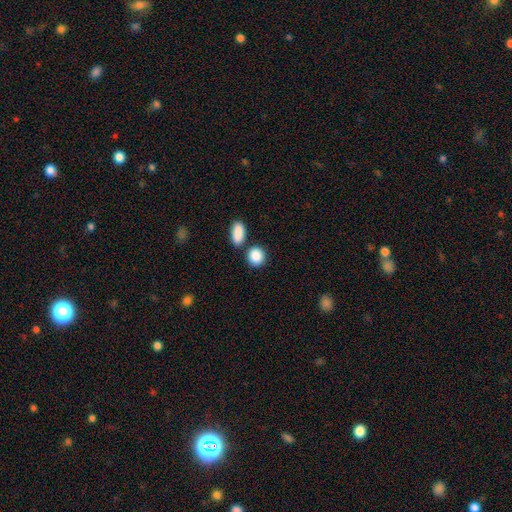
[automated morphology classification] This is clearly a smooth galaxy (89%). How rounded: likely round (71%). Merging: likely none (72%).